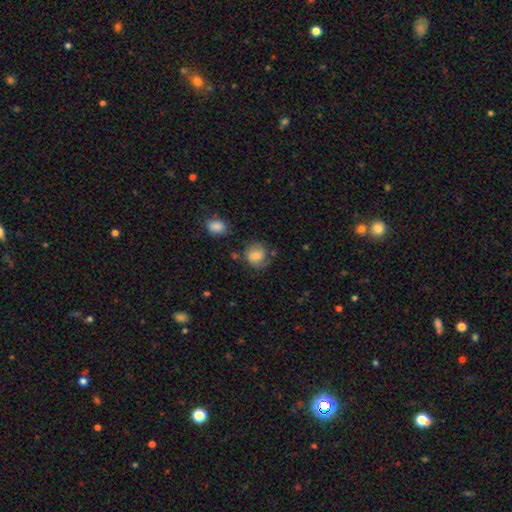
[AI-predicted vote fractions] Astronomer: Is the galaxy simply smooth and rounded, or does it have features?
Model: smooth — 71%.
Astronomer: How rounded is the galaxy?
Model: round — 76%.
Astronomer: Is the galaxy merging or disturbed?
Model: none — 63%.